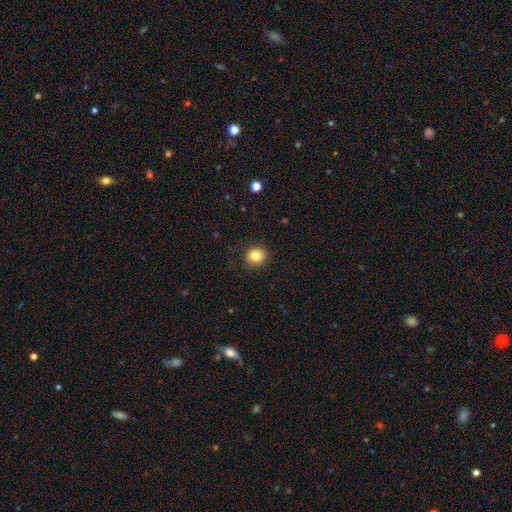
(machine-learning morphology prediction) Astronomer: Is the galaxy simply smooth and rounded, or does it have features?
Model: smooth — 84%.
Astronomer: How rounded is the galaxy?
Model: round — 80%.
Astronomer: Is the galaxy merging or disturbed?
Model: none — 89%.